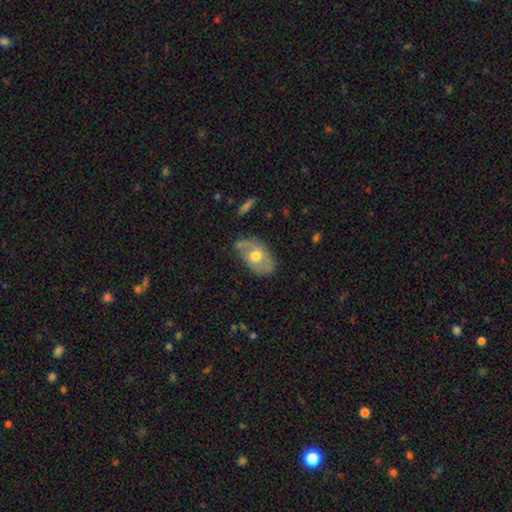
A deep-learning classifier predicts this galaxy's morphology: type=featured or disk (49%); merging=none (60%).